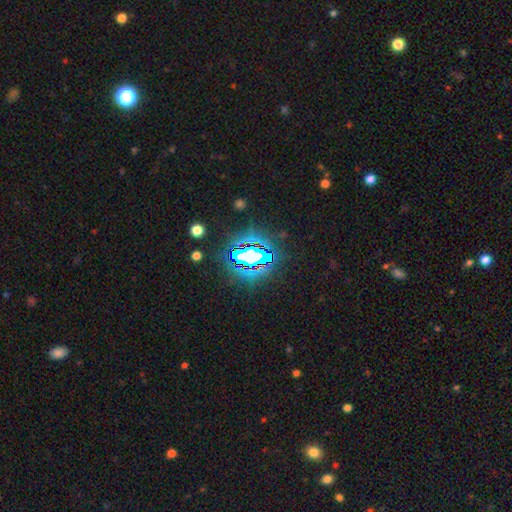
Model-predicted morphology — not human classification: A star or artifact, not a galaxy (77%).